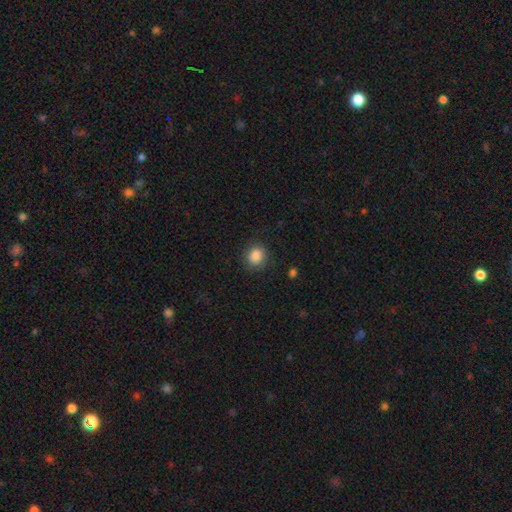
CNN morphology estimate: This is clearly a smooth galaxy (87%). How rounded: likely round (78%). Merging: clearly none (85%).